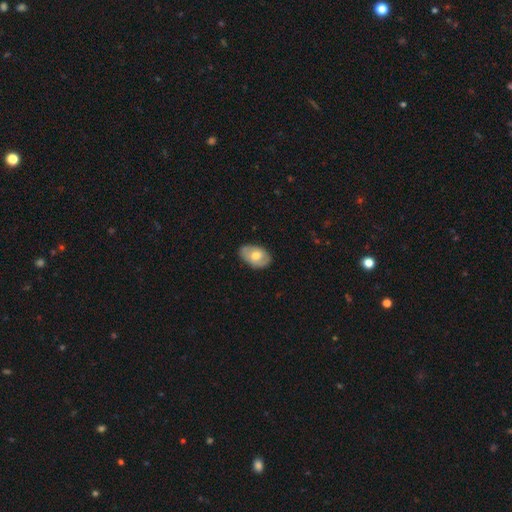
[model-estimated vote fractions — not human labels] Smooth or featured? Predicted: smooth (p=0.64). How rounded? Predicted: in between (p=0.89). Merging? Predicted: none (p=0.77).